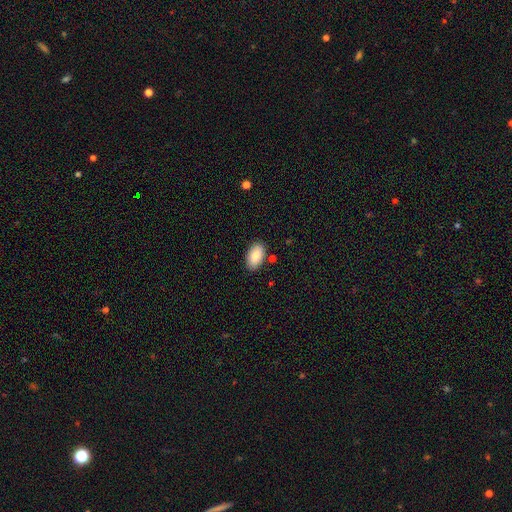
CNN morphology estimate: Q: Smooth or featured?
A: smooth (84%); runner-up: featured or disk (9%)
Q: How rounded?
A: in between (94%); runner-up: round (4%)
Q: Merging?
A: none (85%); runner-up: minor disturbance (10%)